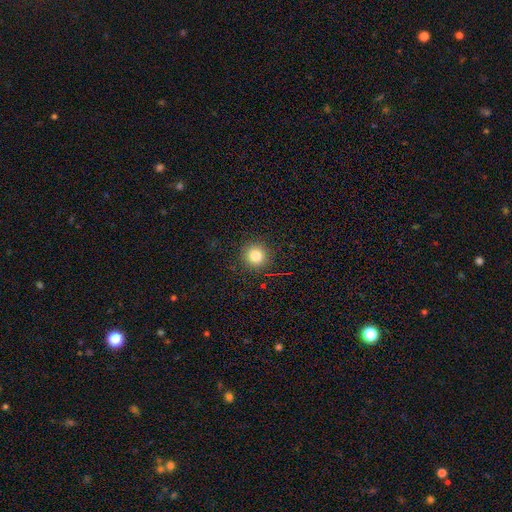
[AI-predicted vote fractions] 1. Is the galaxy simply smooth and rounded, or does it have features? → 81% smooth, 13% star or artifact, 6% featured or disk.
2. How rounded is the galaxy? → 94% round, 5% in between, 1% cigar-shaped.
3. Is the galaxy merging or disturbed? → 90% none, 6% minor disturbance, 2% major disturbance, 1% merger.